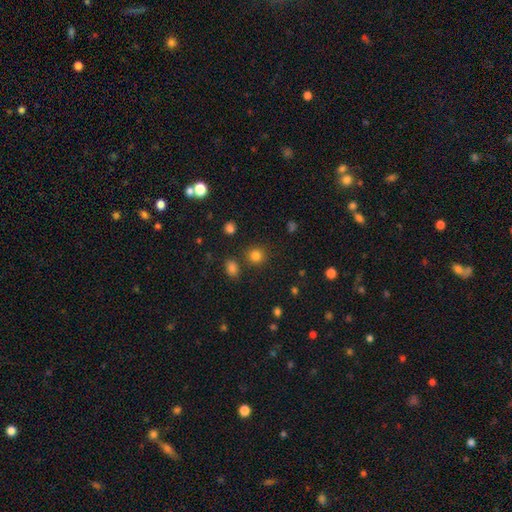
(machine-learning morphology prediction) A smooth galaxy with no disk features (81%) that is round (88%). Merging: none (83%).